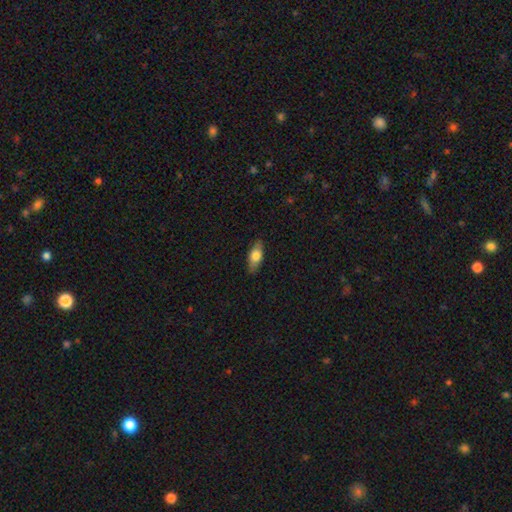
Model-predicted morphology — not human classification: This appears to be a smooth galaxy with no disk features (69%) that is in between round and cigar-shaped (78%). Merging: none (86%).